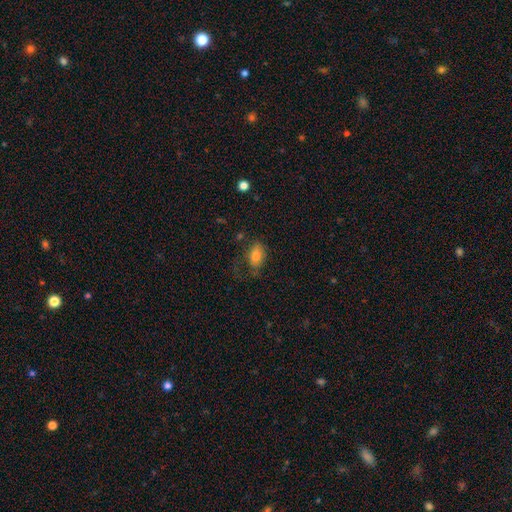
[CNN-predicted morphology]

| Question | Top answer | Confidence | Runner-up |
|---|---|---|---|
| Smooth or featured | smooth | 74% | featured or disk (16%) |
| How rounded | in between | 88% | round (10%) |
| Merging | none | 46% | major disturbance (25%) |